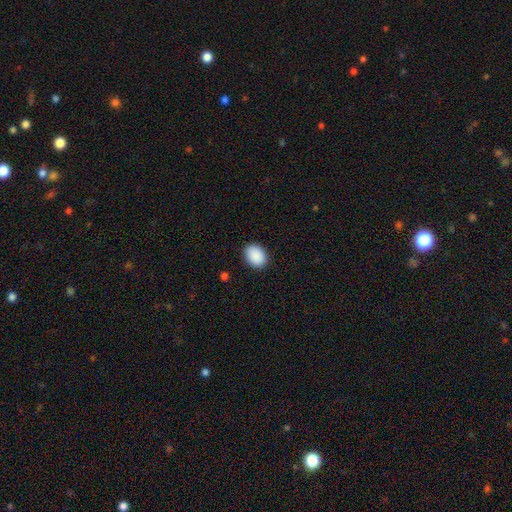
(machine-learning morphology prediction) The model was most divided on "how rounded": in between: 72%, round: 27%, cigar-shaped: 1%. More confident: smooth or featured — smooth (91%); merging — none (89%).